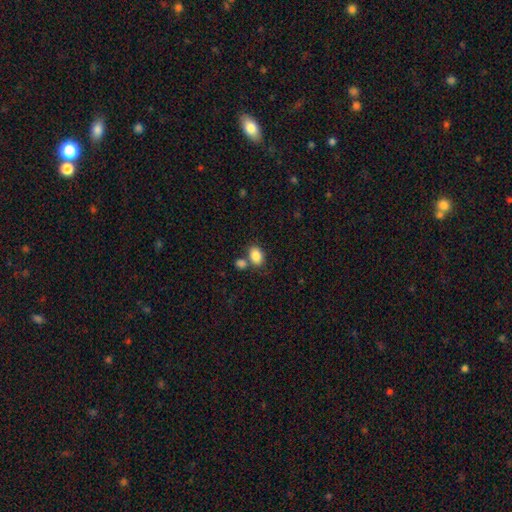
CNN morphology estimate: A smooth galaxy with no disk features (86%) that is in between round and cigar-shaped (79%). Merging: none (57%).